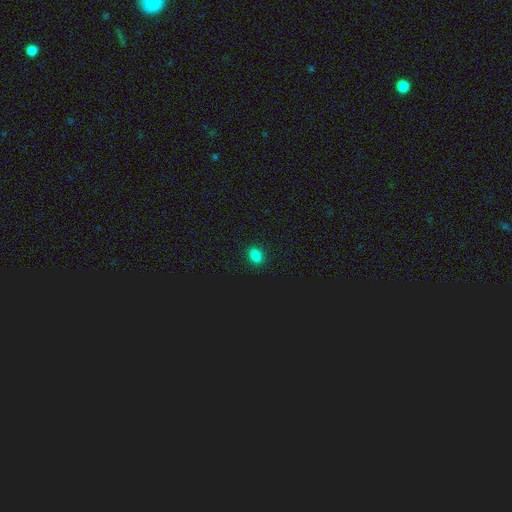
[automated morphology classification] A smooth galaxy with no disk features (81%) that is in between round and cigar-shaped (73%).

Vote fractions:
- Smooth or featured? smooth: 81% / star or artifact: 16% / featured or disk: 3%
- How rounded? in between: 73% / round: 26% / cigar-shaped: 2%
- Merging? none: 90% / minor disturbance: 7% / major disturbance: 2% / merger: 1%